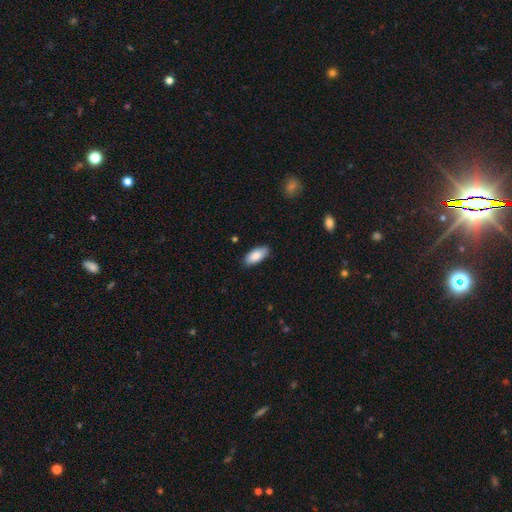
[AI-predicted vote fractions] Smooth or featured: smooth — 87% (featured or disk — 8%)
How rounded: in between — 89% (cigar-shaped — 9%)
Merging: none — 85% (minor disturbance — 11%)